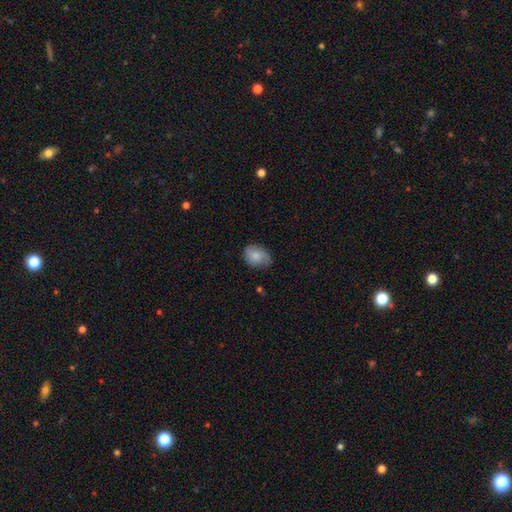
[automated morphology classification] The model was most divided on "how rounded": in between: 66%, round: 33%, cigar-shaped: 1%. More confident: smooth or featured — smooth (73%); merging — none (66%).